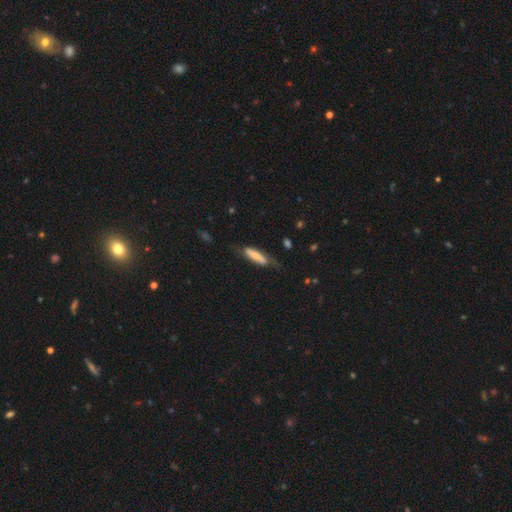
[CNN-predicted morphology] Smooth or featured?
  - smooth: 60% *
  - featured or disk: 33%
  - star or artifact: 6%
How rounded?
  - cigar-shaped: 65% *
  - in between: 33%
  - round: 2%
Merging?
  - none: 55% *
  - minor disturbance: 28%
  - major disturbance: 15%
  - merger: 2%